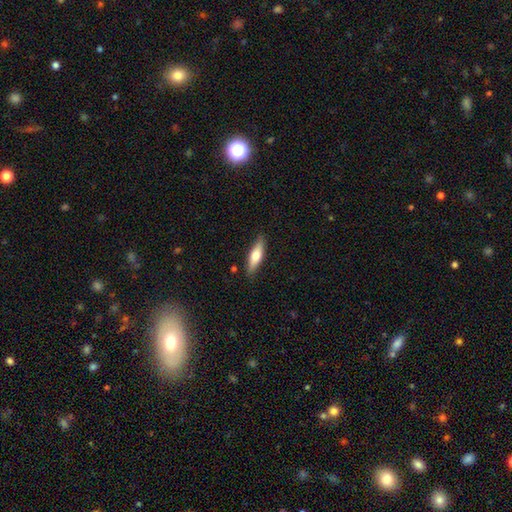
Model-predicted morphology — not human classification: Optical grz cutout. It shows a smooth galaxy with no disk features (60%) that is cigar-shaped (59%). Merging: none (86%).